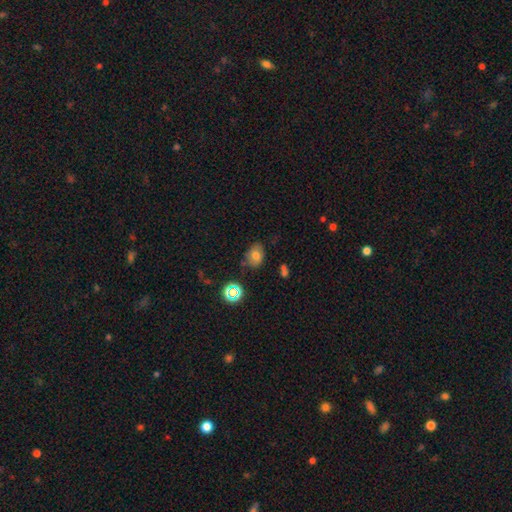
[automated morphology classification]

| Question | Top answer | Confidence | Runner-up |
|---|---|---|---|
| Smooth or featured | smooth | 70% | star or artifact (17%) |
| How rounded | in between | 66% | round (33%) |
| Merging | none | 69% | minor disturbance (21%) |